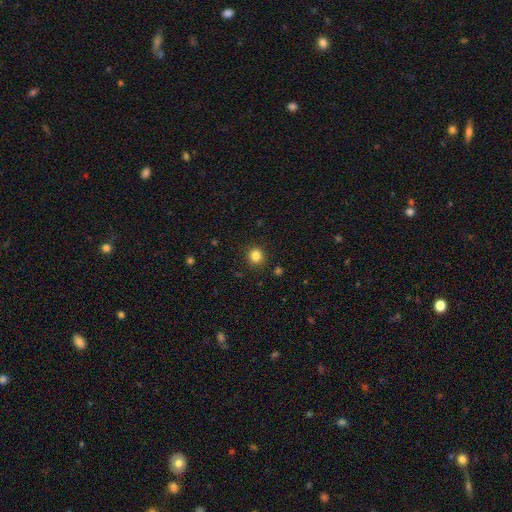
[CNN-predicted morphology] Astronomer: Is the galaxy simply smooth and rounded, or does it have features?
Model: smooth — 84%.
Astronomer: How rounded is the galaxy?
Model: round — 89%.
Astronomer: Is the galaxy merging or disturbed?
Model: none — 91%.